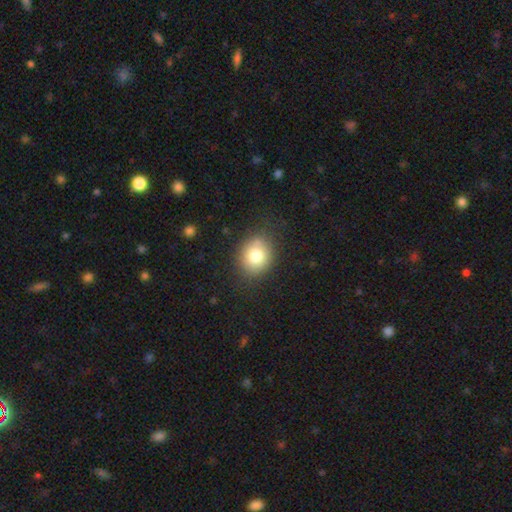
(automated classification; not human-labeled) Q: Smooth or featured?
A: smooth (79%); runner-up: featured or disk (11%)
Q: How rounded?
A: round (68%); runner-up: in between (31%)
Q: Merging?
A: none (80%); runner-up: minor disturbance (14%)